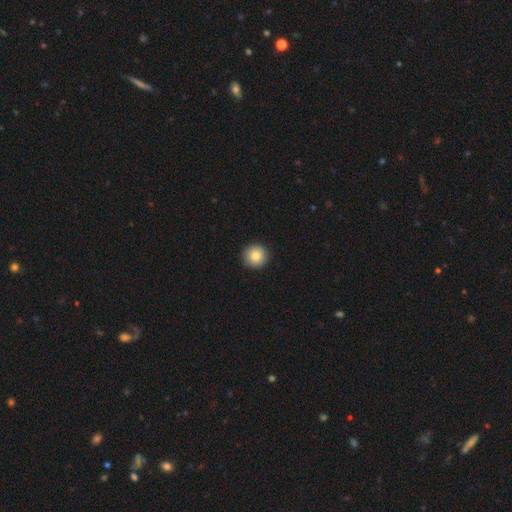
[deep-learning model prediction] Smooth or featured? smooth (83%)
How rounded? round (95%)
Merging? none (93%)